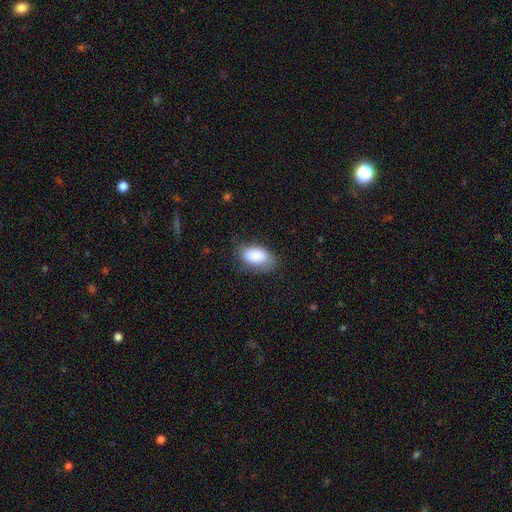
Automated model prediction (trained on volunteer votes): smooth-or-featured: smooth: 83% | featured or disk: 9% | star or artifact: 7%
  how-rounded: in between: 91% | round: 7% | cigar-shaped: 1%
  merging: none: 66% | minor disturbance: 24% | major disturbance: 8% | merger: 2%